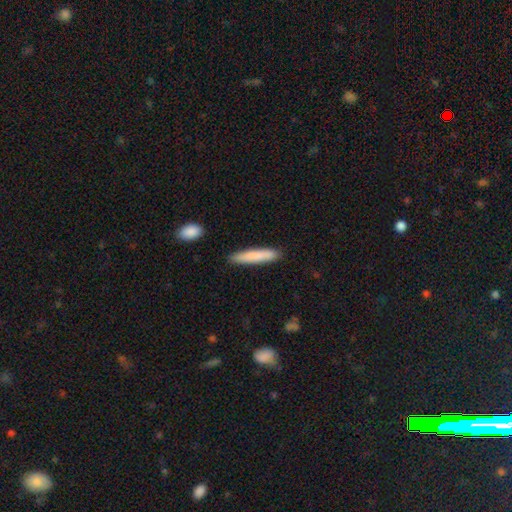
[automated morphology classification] This appears to be a smooth galaxy with no disk features (81%) that is cigar-shaped (91%). Merging: none (87%).